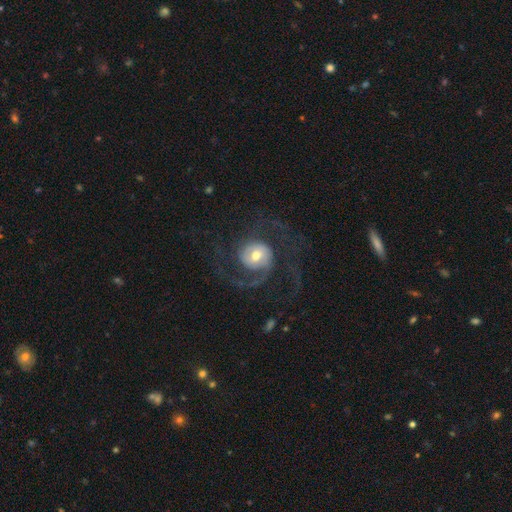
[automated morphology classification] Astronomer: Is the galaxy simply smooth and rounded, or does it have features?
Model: featured or disk — 76%.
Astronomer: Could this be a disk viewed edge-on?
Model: no — 98%.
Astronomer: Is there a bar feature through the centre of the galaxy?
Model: no — 59%.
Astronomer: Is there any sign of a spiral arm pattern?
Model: yes — 89%.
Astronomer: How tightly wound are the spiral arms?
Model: loose — 43%, tied with medium at 43%.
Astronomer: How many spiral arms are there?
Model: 2 — 72%.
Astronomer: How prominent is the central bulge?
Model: moderate — 65%.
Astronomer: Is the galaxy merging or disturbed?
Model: none — 59%.